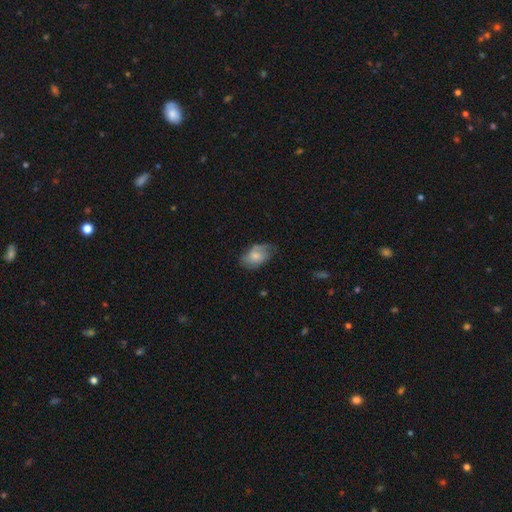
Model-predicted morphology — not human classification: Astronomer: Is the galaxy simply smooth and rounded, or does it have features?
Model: smooth — 63%.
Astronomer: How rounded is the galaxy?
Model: in between — 89%.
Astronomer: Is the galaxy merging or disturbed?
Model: none — 53% (runner-up: minor disturbance, 33%).